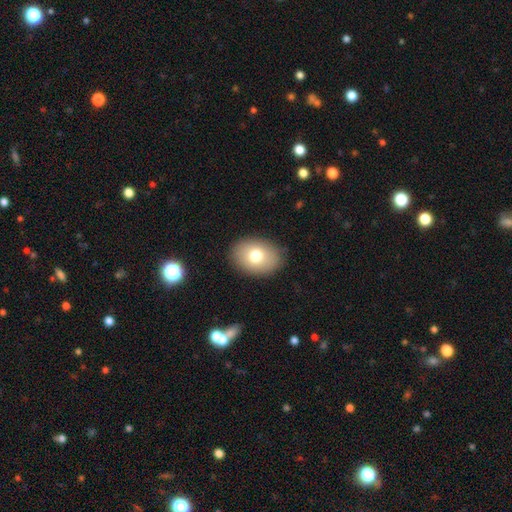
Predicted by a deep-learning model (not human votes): This is likely a smooth galaxy (75%). How rounded: likely in between (74%). Merging: clearly none (88%).